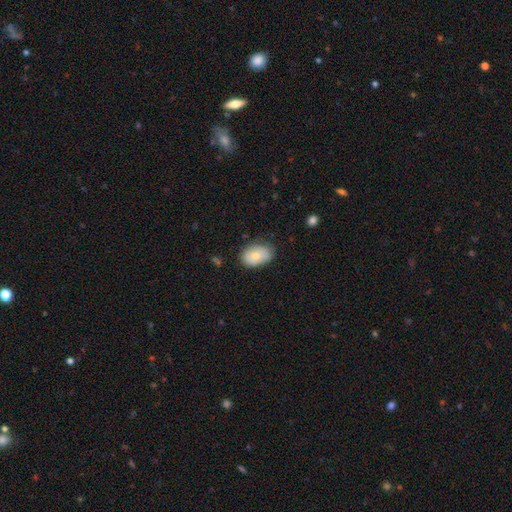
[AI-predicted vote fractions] Q: Smooth or featured?
A: smooth (78%); runner-up: featured or disk (15%)
Q: How rounded?
A: in between (87%); runner-up: round (12%)
Q: Merging?
A: none (72%); runner-up: minor disturbance (22%)